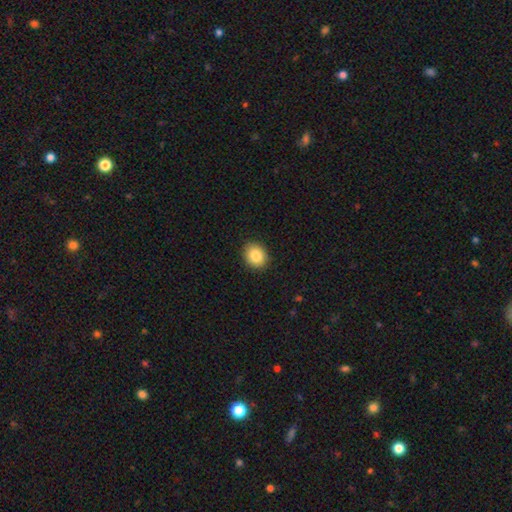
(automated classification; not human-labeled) Overall: smooth (84%). How rounded: round (61%; in between 38%). Merging: none (91%).